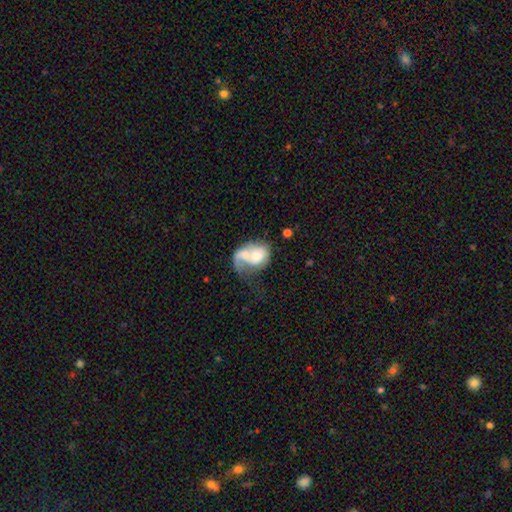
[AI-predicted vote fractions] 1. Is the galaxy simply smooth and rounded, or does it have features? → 54% smooth, 39% featured or disk, 7% star or artifact.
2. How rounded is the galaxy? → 60% in between, 38% round, 1% cigar-shaped.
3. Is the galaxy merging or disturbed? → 56% merger, 22% major disturbance, 13% none, 10% minor disturbance.